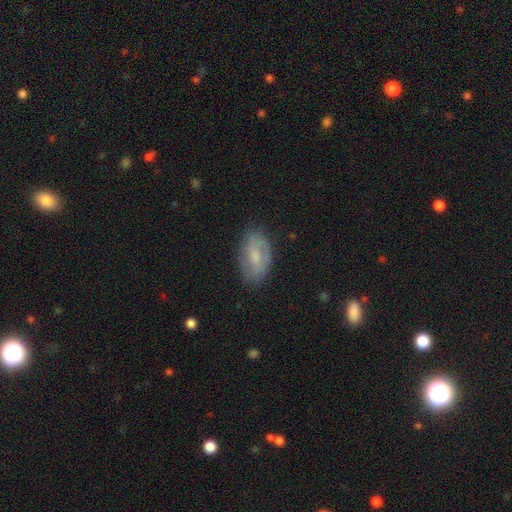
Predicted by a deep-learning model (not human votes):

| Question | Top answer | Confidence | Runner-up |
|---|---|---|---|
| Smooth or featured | smooth | 50% | featured or disk (42%) |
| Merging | none | 74% | minor disturbance (19%) |